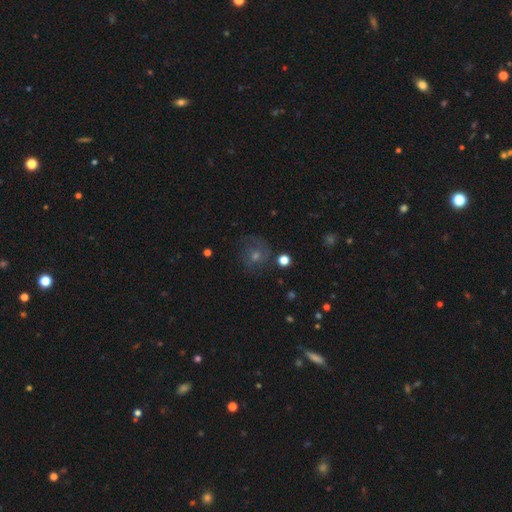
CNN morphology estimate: Overall: smooth (36%; featured or disk 34%). Merging: none (72%).